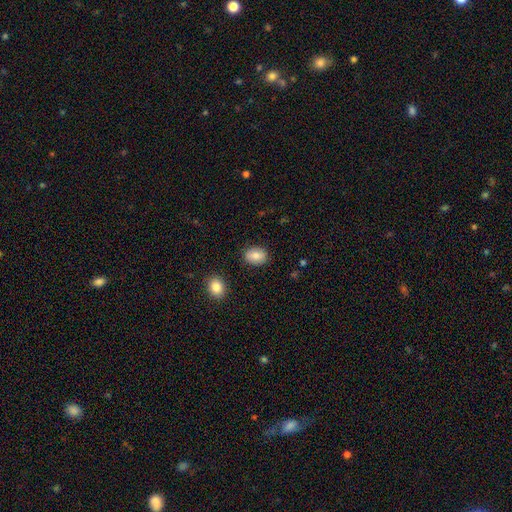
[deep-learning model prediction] Smooth or featured? smooth (82%)
How rounded? in between (69%)
Merging? none (87%)